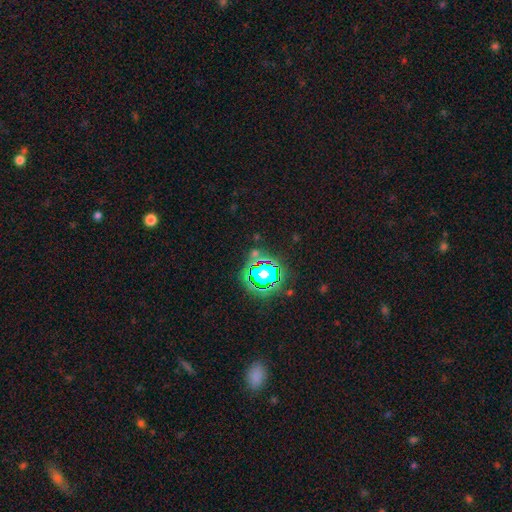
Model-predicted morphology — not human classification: Smooth or featured: star or artifact — 74% (smooth — 17%)